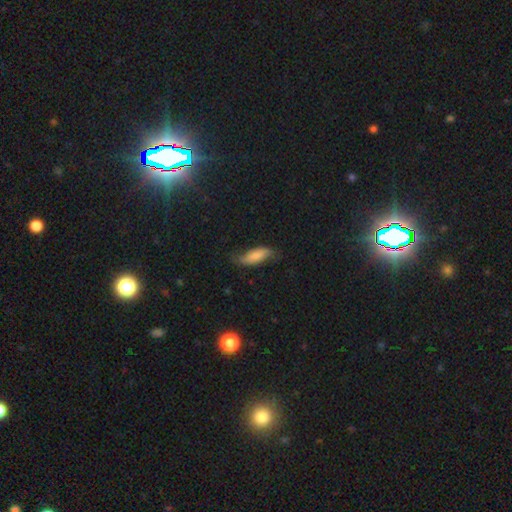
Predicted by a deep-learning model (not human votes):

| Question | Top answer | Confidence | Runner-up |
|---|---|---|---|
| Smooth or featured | smooth | 66% | featured or disk (27%) |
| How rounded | in between | 69% | cigar-shaped (28%) |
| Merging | none | 59% | minor disturbance (29%) |